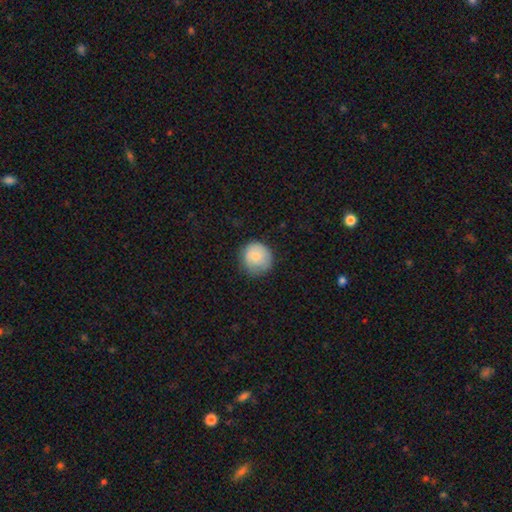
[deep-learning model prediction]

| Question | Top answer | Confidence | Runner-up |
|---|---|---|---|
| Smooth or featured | smooth | 78% | featured or disk (14%) |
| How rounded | round | 89% | in between (10%) |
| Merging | none | 73% | minor disturbance (21%) |